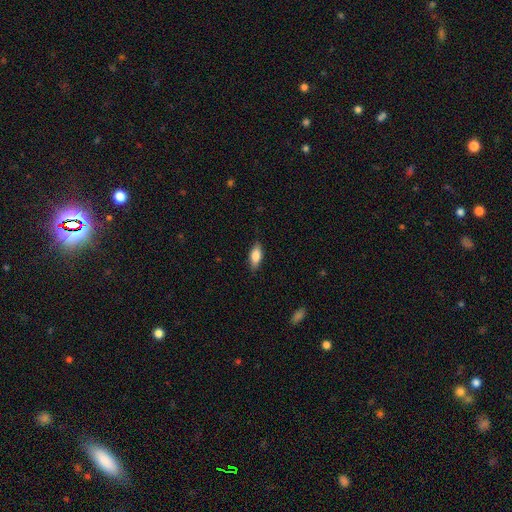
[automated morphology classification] Overall: smooth (80%). How rounded: in between (81%). Merging: none (85%).